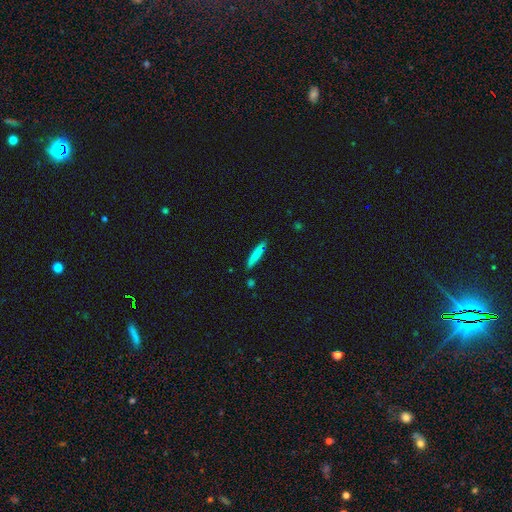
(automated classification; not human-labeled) This is likely a smooth galaxy (78%). How rounded: clearly cigar-shaped (92%). Merging: clearly none (82%).